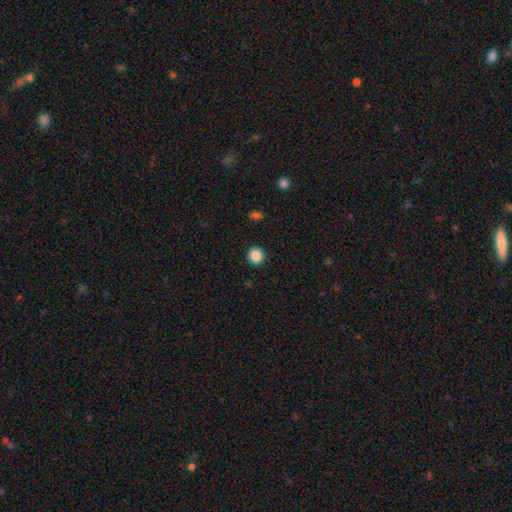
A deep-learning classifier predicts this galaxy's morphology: Smooth or featured? Predicted: smooth (p=0.87). How rounded? Predicted: round (p=0.92). Merging? Predicted: none (p=0.92).